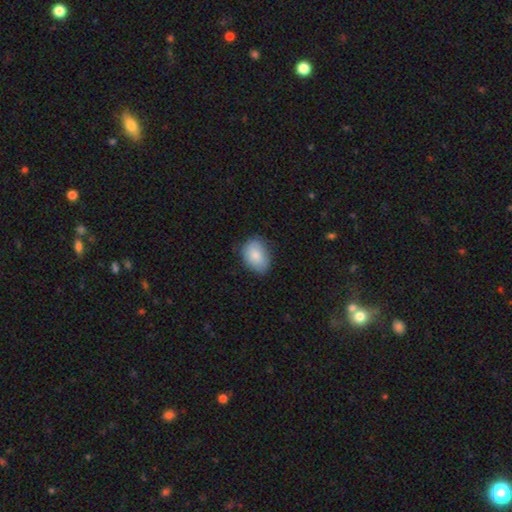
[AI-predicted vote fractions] Smooth or featured?
  - smooth: 84% *
  - featured or disk: 10%
  - star or artifact: 6%
How rounded?
  - in between: 80% *
  - round: 19%
  - cigar-shaped: 1%
Merging?
  - none: 76% *
  - minor disturbance: 20%
  - major disturbance: 4%
  - merger: 1%